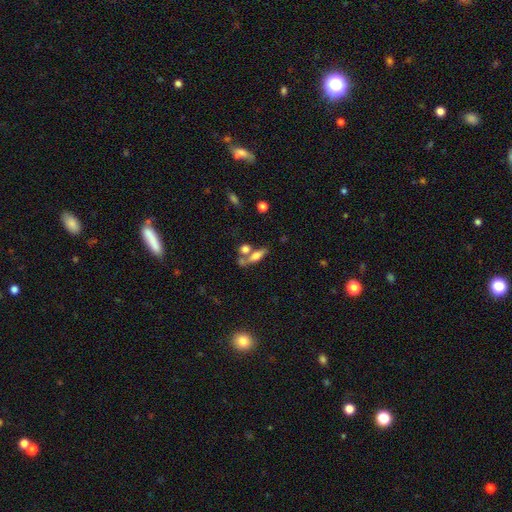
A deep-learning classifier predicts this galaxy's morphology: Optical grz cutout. It shows a smooth galaxy with no disk features (52%) that is cigar-shaped (50%). Merging: none (52%).